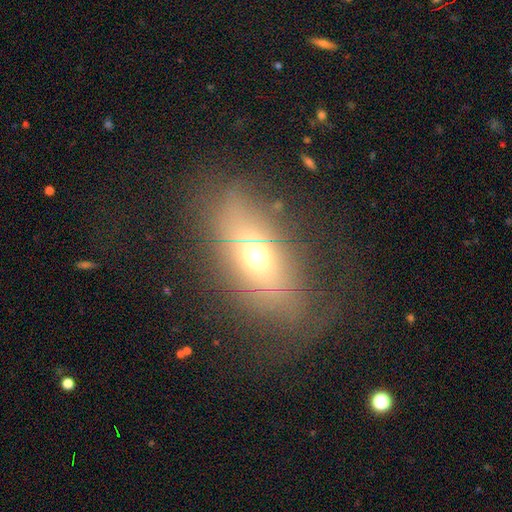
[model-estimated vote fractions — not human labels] smooth-or-featured: smooth: 52% | featured or disk: 32% | star or artifact: 16%
  how-rounded: in between: 76% | round: 14% | cigar-shaped: 10%
  merging: none: 59% | minor disturbance: 20% | major disturbance: 19% | merger: 2%